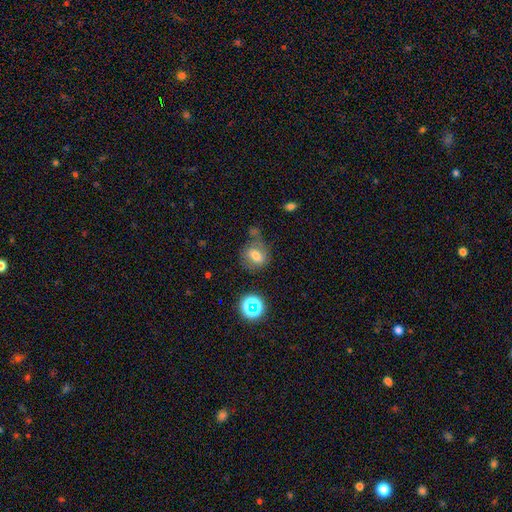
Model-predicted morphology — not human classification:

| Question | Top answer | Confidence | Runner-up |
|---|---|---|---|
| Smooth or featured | smooth | 61% | featured or disk (22%) |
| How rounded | round | 54% | in between (44%) |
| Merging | none | 54% | minor disturbance (22%) |